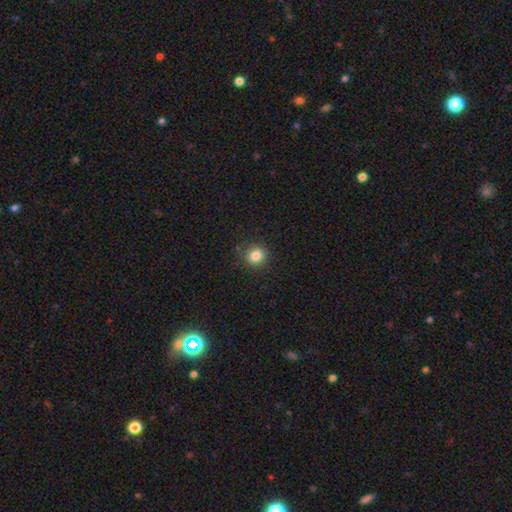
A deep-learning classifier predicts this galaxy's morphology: type=smooth (84%); roundness=round (81%); merging=none (86%).